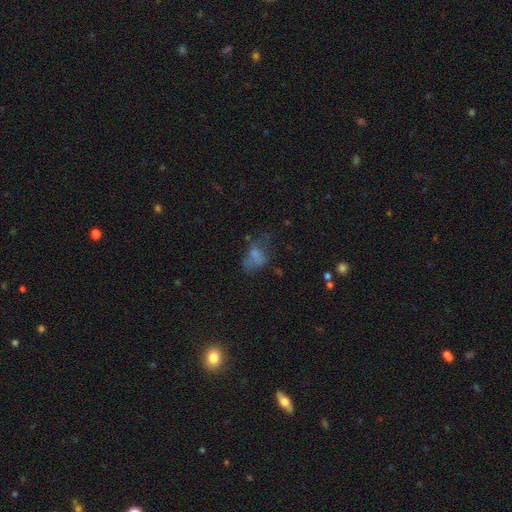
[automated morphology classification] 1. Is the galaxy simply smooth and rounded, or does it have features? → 57% smooth, 27% featured or disk, 16% star or artifact.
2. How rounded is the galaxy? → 79% in between, 19% round, 2% cigar-shaped.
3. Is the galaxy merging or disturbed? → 36% major disturbance, 30% none, 23% minor disturbance, 10% merger.